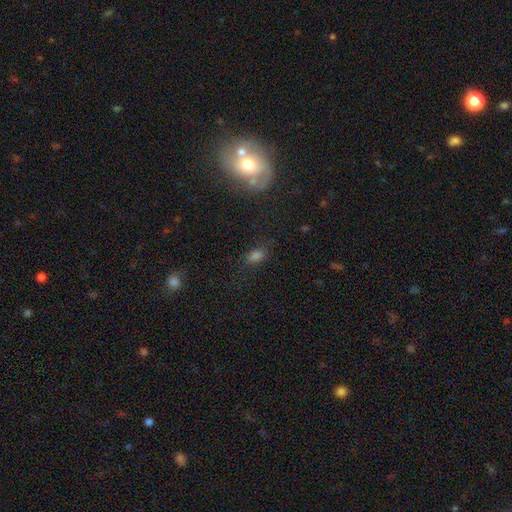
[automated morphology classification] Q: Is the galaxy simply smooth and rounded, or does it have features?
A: smooth — 68%.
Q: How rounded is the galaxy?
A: in between — 79%.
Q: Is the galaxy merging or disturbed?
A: none — 74%.